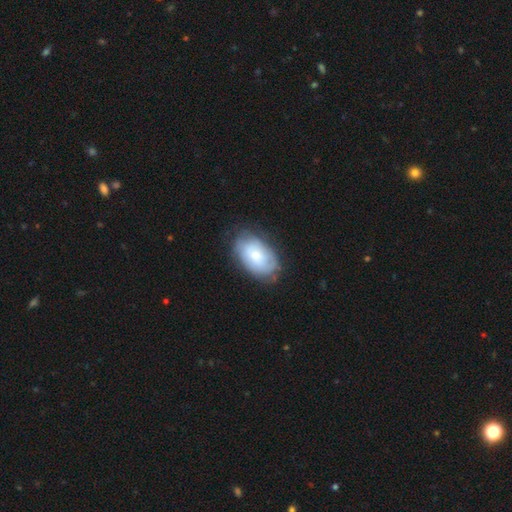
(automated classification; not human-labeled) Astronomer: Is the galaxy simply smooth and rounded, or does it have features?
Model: smooth — 60%.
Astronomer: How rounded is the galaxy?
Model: in between — 91%.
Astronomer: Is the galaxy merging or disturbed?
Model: none — 70%.